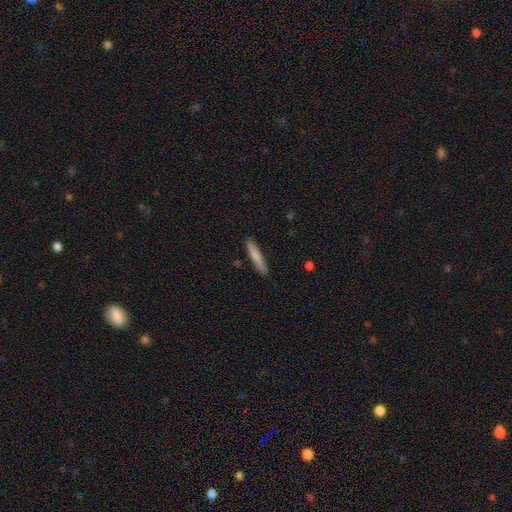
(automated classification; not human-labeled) Smooth or featured?
  - smooth: 78% *
  - featured or disk: 16%
  - star or artifact: 6%
How rounded?
  - cigar-shaped: 93% *
  - in between: 5%
  - round: 1%
Merging?
  - none: 90% *
  - minor disturbance: 7%
  - major disturbance: 2%
  - merger: 1%